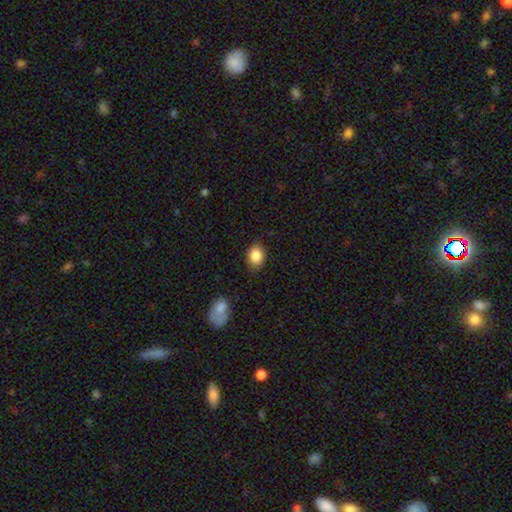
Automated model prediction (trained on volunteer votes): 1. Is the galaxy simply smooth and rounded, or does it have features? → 86% smooth, 9% star or artifact, 6% featured or disk.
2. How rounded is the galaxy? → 68% in between, 31% round, 1% cigar-shaped.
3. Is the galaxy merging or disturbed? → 82% none, 14% minor disturbance, 3% major disturbance, 1% merger.